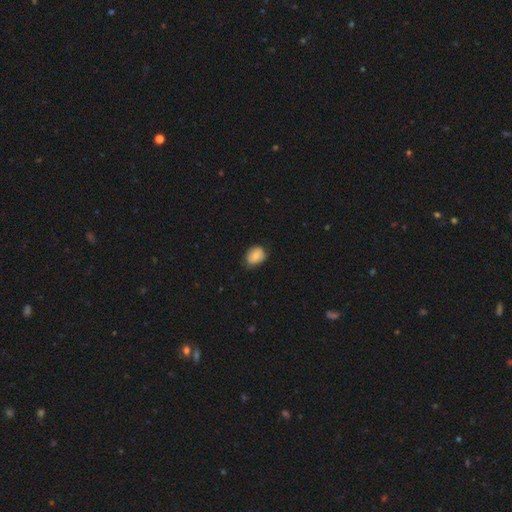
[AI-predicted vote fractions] Smooth or featured?
  - smooth: 75% *
  - featured or disk: 17%
  - star or artifact: 8%
How rounded?
  - in between: 55% *
  - round: 44%
  - cigar-shaped: 1%
Merging?
  - none: 65% *
  - minor disturbance: 29%
  - major disturbance: 5%
  - merger: 1%